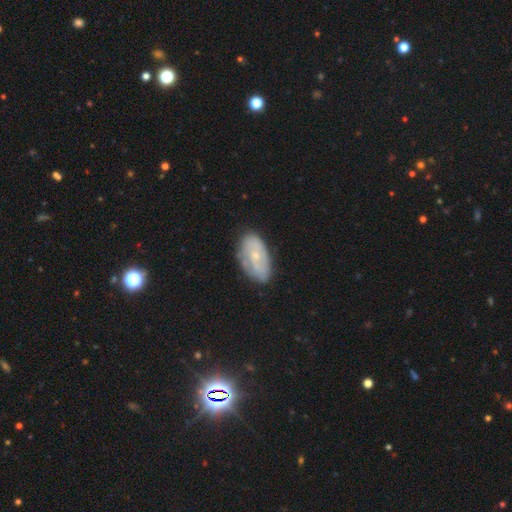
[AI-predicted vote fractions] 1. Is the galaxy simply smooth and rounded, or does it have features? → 52% featured or disk, 41% smooth, 8% star or artifact.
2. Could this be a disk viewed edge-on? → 93% no, 7% yes.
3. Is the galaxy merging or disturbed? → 71% none, 22% minor disturbance, 5% major disturbance, 2% merger.